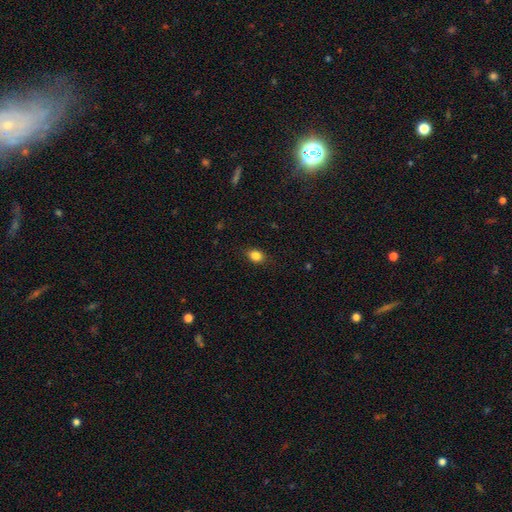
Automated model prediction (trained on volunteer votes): smooth 85%, star or artifact 10%, featured or disk 5%. Down the decision tree: how rounded — in between (61%); merging — none (85%).